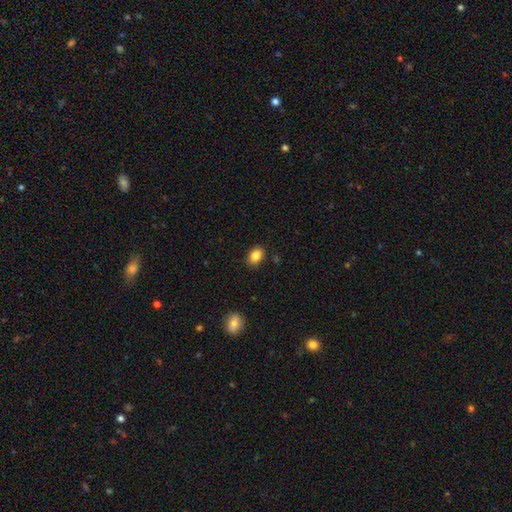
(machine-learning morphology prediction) Smooth or featured: smooth — 85% (star or artifact — 9%)
How rounded: in between — 73% (round — 26%)
Merging: none — 86% (minor disturbance — 11%)